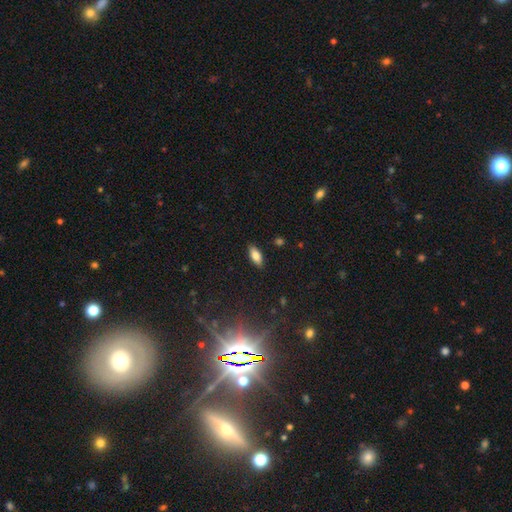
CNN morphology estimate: Smooth or featured?
  - smooth: 80% *
  - featured or disk: 12%
  - star or artifact: 8%
How rounded?
  - in between: 84% *
  - cigar-shaped: 14%
  - round: 2%
Merging?
  - none: 88% *
  - minor disturbance: 9%
  - major disturbance: 2%
  - merger: 1%